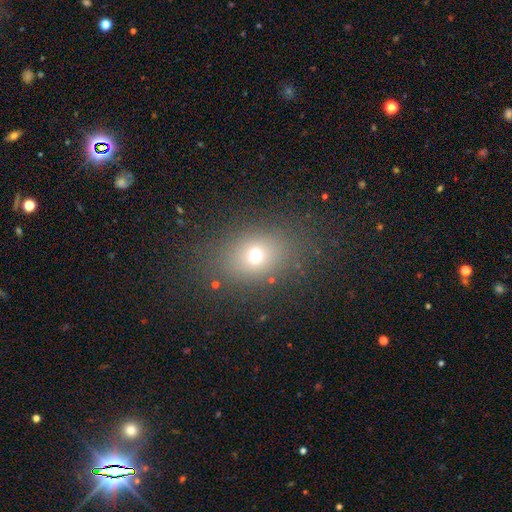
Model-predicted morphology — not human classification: smooth-or-featured: smooth: 65% | star or artifact: 22% | featured or disk: 13%
  how-rounded: in between: 51% | round: 47% | cigar-shaped: 1%
  merging: none: 78% | minor disturbance: 11% | major disturbance: 8% | merger: 4%